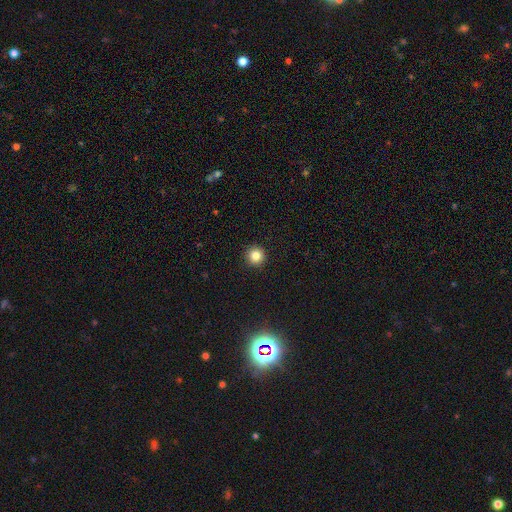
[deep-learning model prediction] Smooth or featured? Predicted: smooth (p=0.83). How rounded? Predicted: round (p=0.96). Merging? Predicted: none (p=0.93).